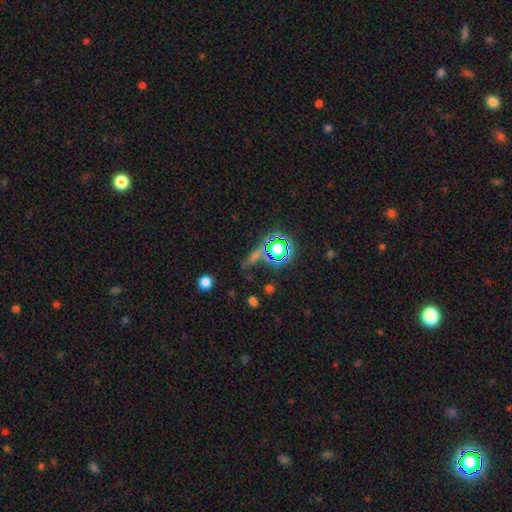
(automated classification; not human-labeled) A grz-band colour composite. It shows a star or artifact, not a galaxy (54%).